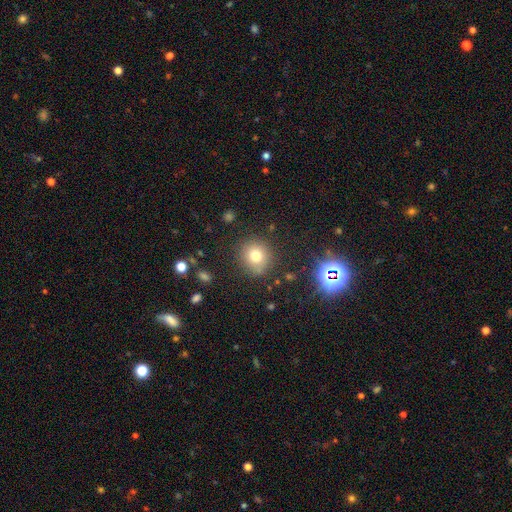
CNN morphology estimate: Overall: smooth (75%). How rounded: round (87%). Merging: none (84%).